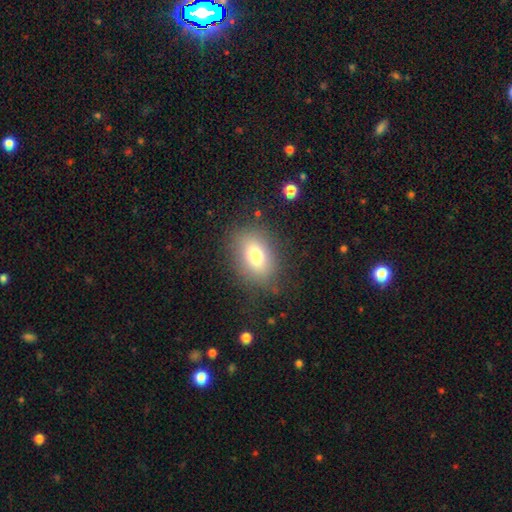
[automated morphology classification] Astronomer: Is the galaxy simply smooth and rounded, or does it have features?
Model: smooth — 74%.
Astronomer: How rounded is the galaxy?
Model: in between — 73%.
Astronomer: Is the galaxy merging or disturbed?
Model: none — 77%.